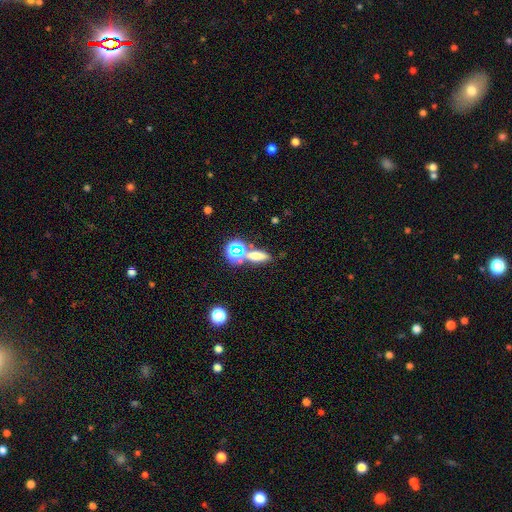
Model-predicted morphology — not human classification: Smooth or featured?
  - smooth: 60% *
  - star or artifact: 26%
  - featured or disk: 14%
How rounded?
  - in between: 56% *
  - cigar-shaped: 26%
  - round: 18%
Merging?
  - none: 60% *
  - merger: 25%
  - minor disturbance: 10%
  - major disturbance: 5%